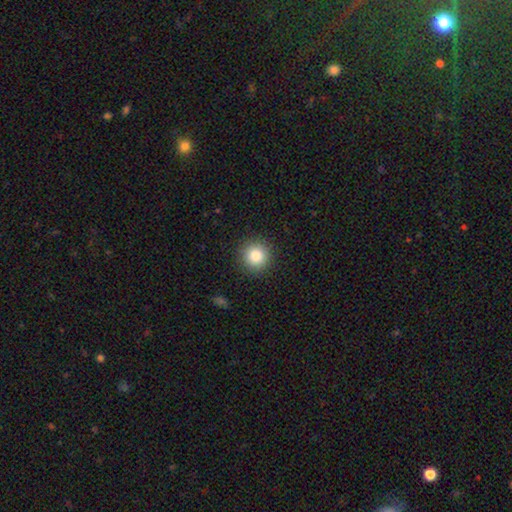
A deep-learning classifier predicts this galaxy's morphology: A smooth galaxy with no disk features (83%) that is round (95%). Merging: none (91%).